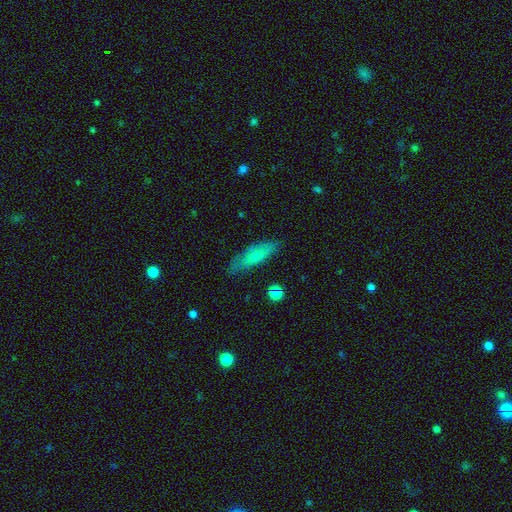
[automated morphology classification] Q: Smooth or featured?
A: smooth (70%); runner-up: featured or disk (24%)
Q: How rounded?
A: cigar-shaped (56%); runner-up: in between (42%)
Q: Merging?
A: none (77%); runner-up: minor disturbance (18%)